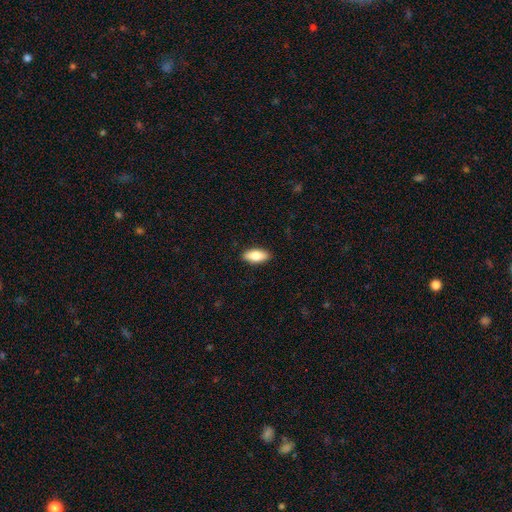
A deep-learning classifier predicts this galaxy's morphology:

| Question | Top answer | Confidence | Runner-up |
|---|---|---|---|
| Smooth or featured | smooth | 80% | featured or disk (14%) |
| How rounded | in between | 83% | cigar-shaped (15%) |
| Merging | none | 89% | minor disturbance (8%) |